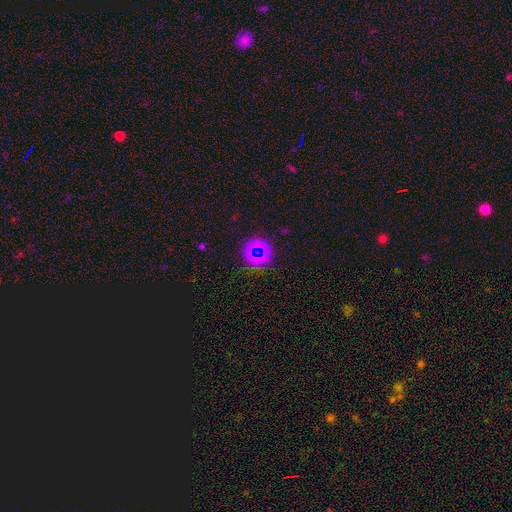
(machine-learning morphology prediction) Q: Smooth or featured?
A: star or artifact (67%); runner-up: smooth (23%)